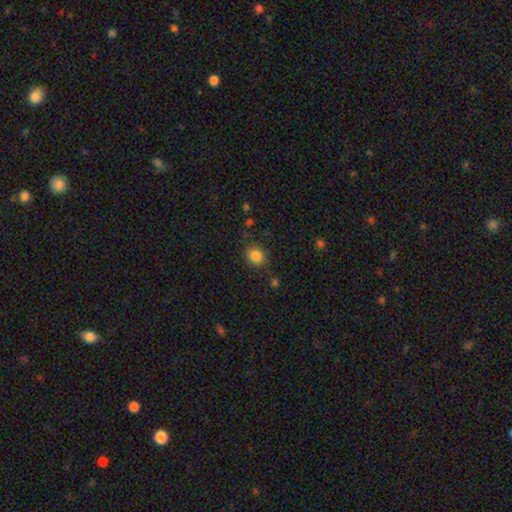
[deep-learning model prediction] The model was most divided on "how rounded": round: 78%, in between: 21%, cigar-shaped: 1%. More confident: smooth or featured — smooth (85%); merging — none (83%).